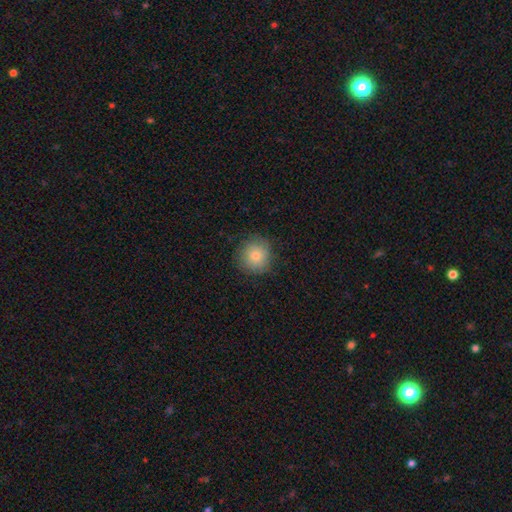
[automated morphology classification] smooth_or_featured: smooth (p=0.80) [alt: featured or disk p=0.10]
how_rounded: round (p=0.93) [alt: in between p=0.06]
merging: none (p=0.85) [alt: minor disturbance p=0.11]